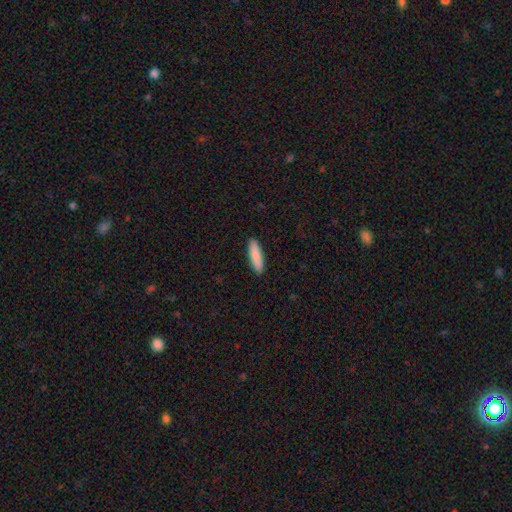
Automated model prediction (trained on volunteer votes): Smooth or featured: smooth — 86% (featured or disk — 8%)
How rounded: cigar-shaped — 67% (in between — 31%)
Merging: none — 91% (minor disturbance — 6%)